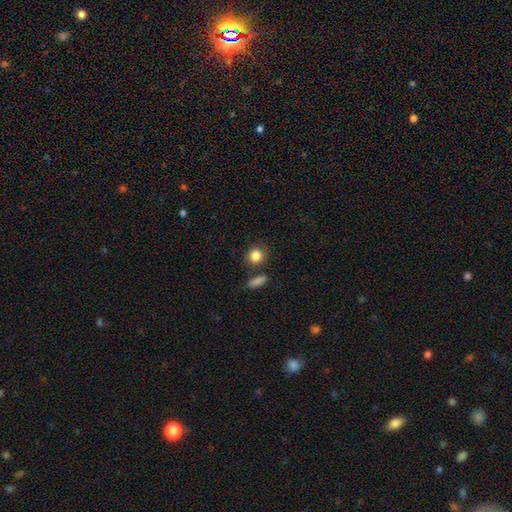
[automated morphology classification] Overall: smooth (86%). How rounded: round (74%). Merging: none (73%).